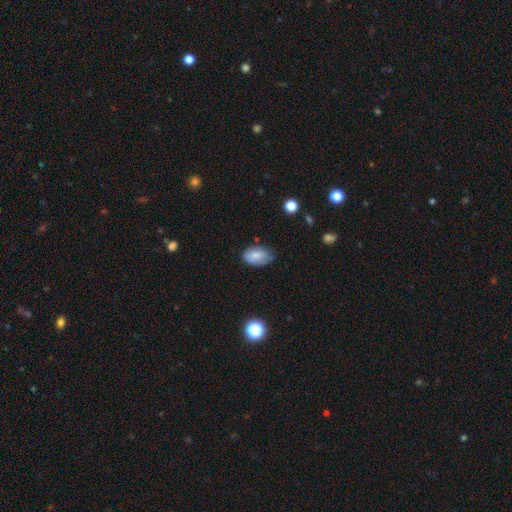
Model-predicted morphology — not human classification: Q: Smooth or featured?
A: smooth (79%); runner-up: featured or disk (12%)
Q: How rounded?
A: in between (92%); runner-up: round (6%)
Q: Merging?
A: none (72%); runner-up: minor disturbance (22%)